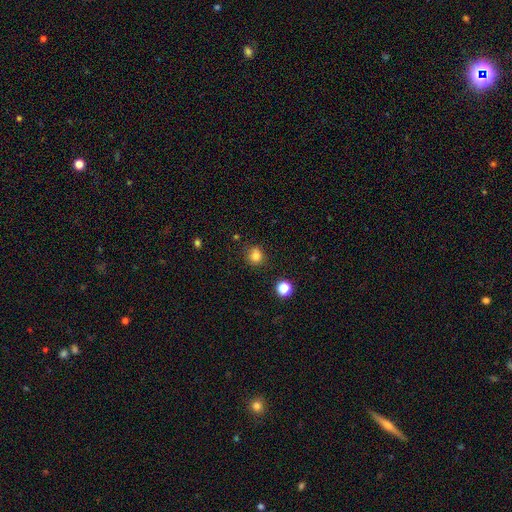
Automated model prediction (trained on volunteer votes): Smooth or featured: smooth — 82% (star or artifact — 13%)
How rounded: round — 85% (in between — 14%)
Merging: none — 80% (minor disturbance — 13%)